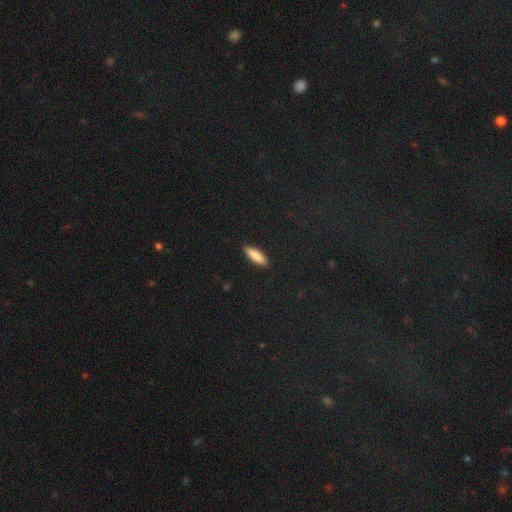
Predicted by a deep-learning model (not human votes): Overall: smooth (86%). How rounded: cigar-shaped (60%; in between 38%). Merging: none (90%).